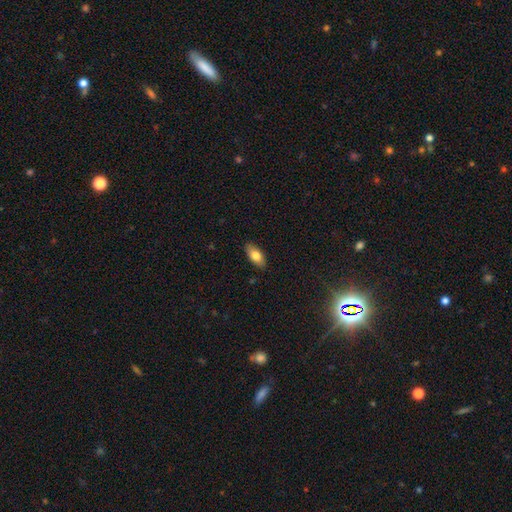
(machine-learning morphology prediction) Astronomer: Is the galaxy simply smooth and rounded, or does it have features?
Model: smooth — 77%.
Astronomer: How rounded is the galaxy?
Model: in between — 87%.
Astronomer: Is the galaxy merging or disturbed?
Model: none — 87%.